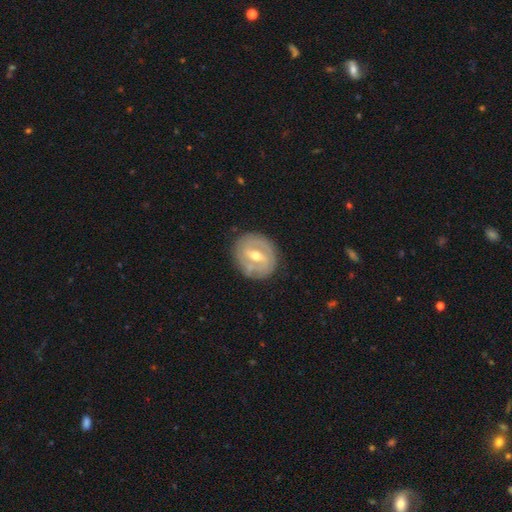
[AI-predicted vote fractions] This appears to be a featured or disk galaxy (74%) with a weak bar (44%), spiral arms (60%) and a moderate central bulge (70%). Merging: none (81%).